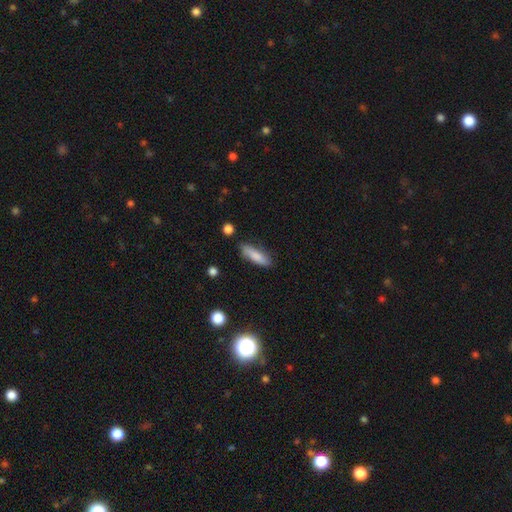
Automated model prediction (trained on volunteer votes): Morphology: type=smooth (82%); roundness=cigar-shaped (61%); merging=none (78%).